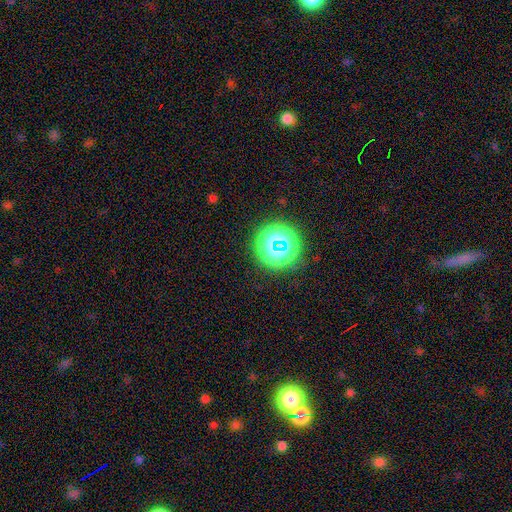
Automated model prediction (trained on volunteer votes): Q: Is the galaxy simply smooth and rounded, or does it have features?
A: star or artifact — 76%.